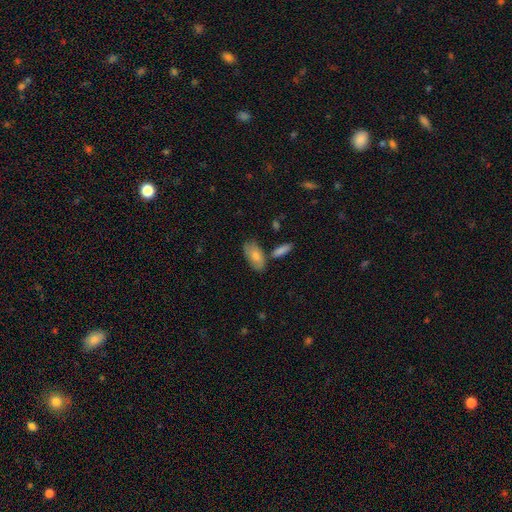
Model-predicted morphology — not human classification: This is likely a smooth galaxy (70%). How rounded: clearly in between (90%). Merging: likely none (71%).